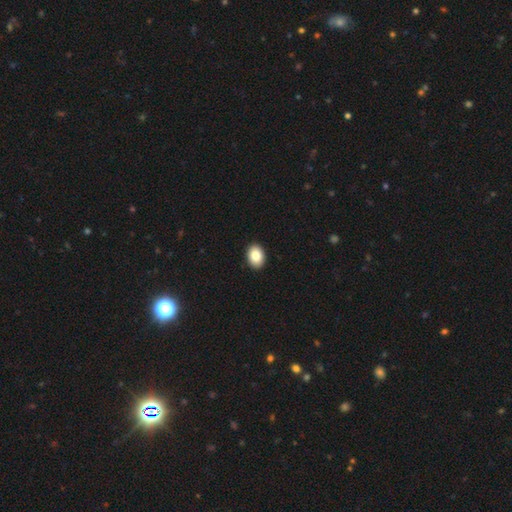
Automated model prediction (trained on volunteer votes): The model was most divided on "how rounded": in between: 77%, round: 22%, cigar-shaped: 1%. More confident: merging — none (92%); smooth or featured — smooth (87%).